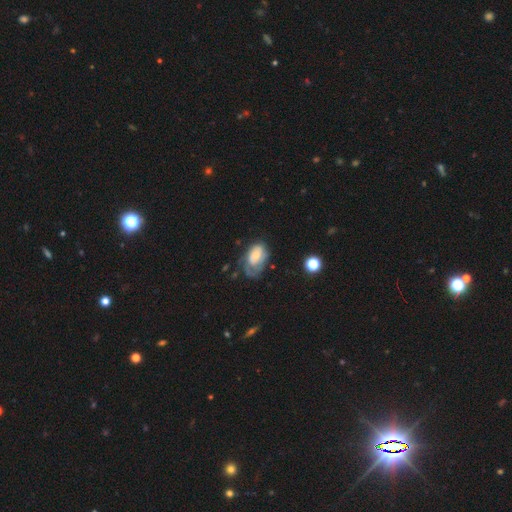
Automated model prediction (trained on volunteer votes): Smooth or featured? Predicted: featured or disk (p=0.50). Merging? Predicted: none (p=0.34).